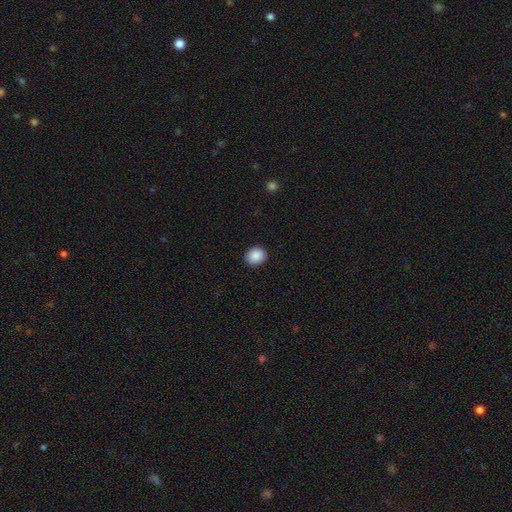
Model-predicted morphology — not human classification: smooth_or_featured: smooth (p=0.89) [alt: star or artifact p=0.08]
how_rounded: round (p=0.77) [alt: in between p=0.22]
merging: none (p=0.92) [alt: minor disturbance p=0.06]